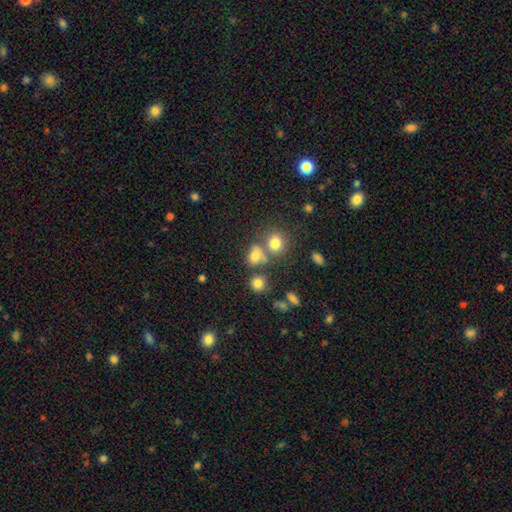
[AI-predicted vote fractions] smooth 70%, star or artifact 18%, featured or disk 12%. Down the decision tree: how rounded — round (63%); merging — none (53%).